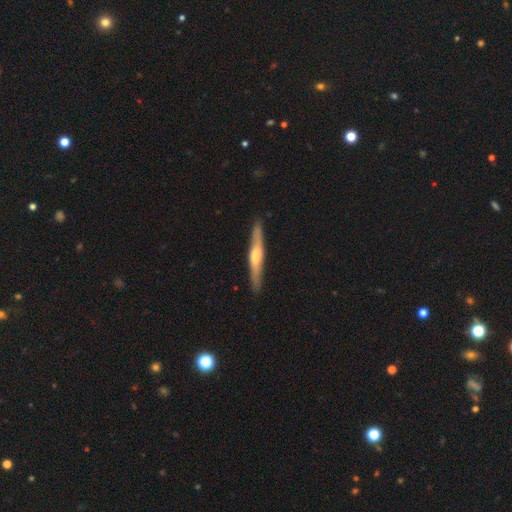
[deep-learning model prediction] Smooth or featured? Predicted: featured or disk (p=0.57). Edge-on disk? Predicted: yes (p=0.94). Edge-on bulge? Predicted: rounded (p=0.69). Merging? Predicted: none (p=0.88).